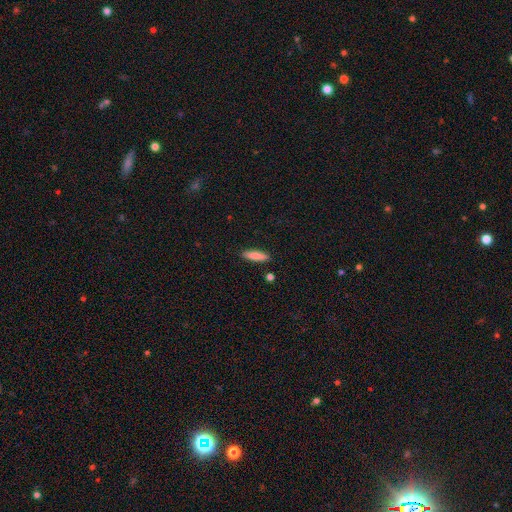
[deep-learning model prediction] This is clearly a smooth galaxy (84%). How rounded: likely cigar-shaped (72%). Merging: clearly none (89%).